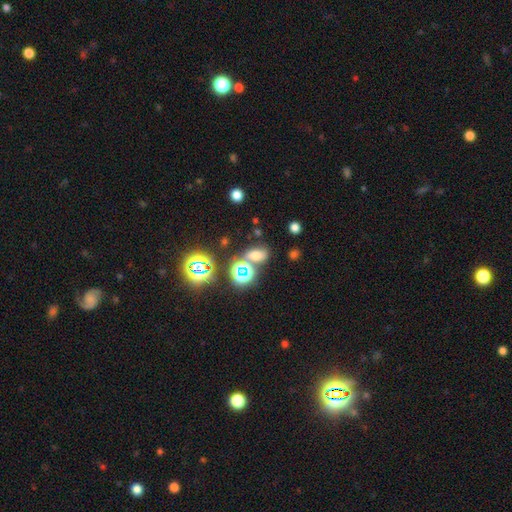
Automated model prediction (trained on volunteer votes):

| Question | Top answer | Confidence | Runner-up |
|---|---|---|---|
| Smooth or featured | smooth | 55% | star or artifact (34%) |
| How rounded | in between | 76% | round (21%) |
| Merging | none | 62% | merger (18%) |